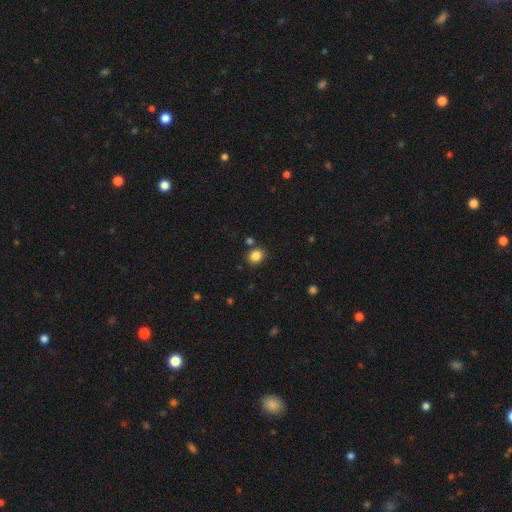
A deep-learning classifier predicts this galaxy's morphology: Smooth or featured? Predicted: smooth (p=0.85). How rounded? Predicted: round (p=0.68). Merging? Predicted: none (p=0.82).